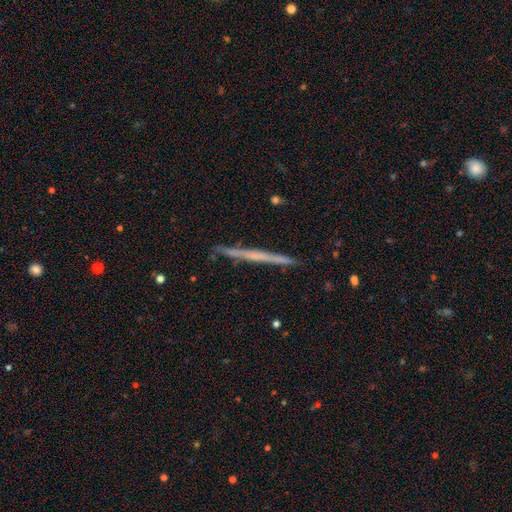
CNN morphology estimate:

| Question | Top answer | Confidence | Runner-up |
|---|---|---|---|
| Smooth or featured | featured or disk | 58% | smooth (36%) |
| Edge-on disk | yes | 97% | no (3%) |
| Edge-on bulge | none | 86% | rounded (10%) |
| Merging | none | 89% | minor disturbance (8%) |